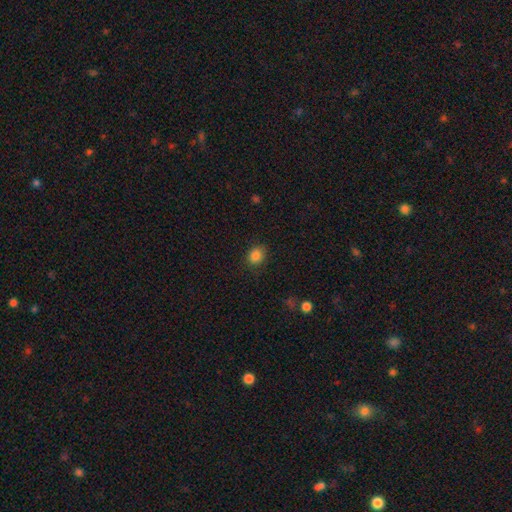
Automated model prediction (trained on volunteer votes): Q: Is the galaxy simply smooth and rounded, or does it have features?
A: smooth — 85%.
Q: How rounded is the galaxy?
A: round — 65%.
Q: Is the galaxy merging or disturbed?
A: none — 84%.